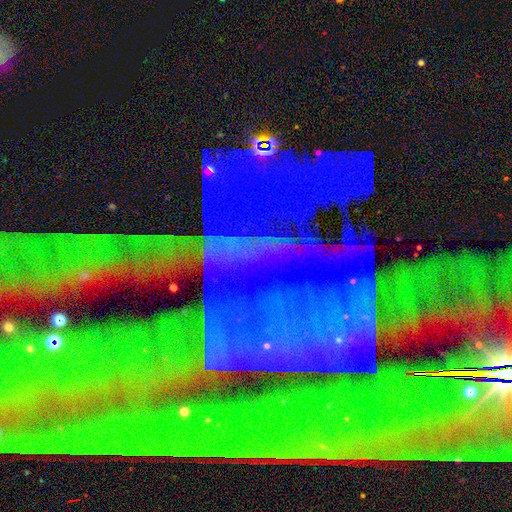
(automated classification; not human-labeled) Smooth or featured? star or artifact (79%)